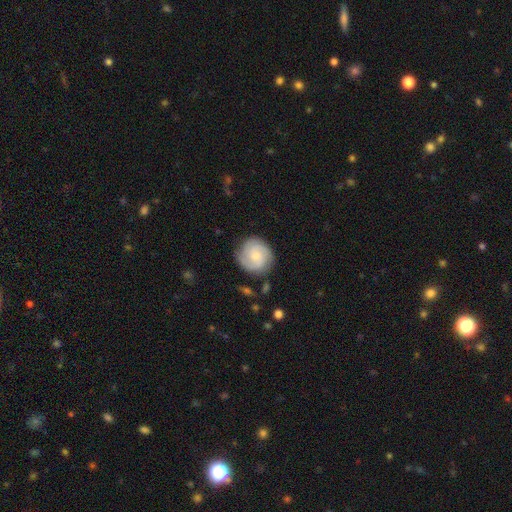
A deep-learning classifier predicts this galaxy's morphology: Smooth or featured? Predicted: featured or disk (p=0.70). Edge-on disk? Predicted: no (p=0.98). Bar? Predicted: no (p=0.64). Spiral arms? Predicted: yes (p=0.95). Spiral winding? Predicted: tight (p=0.57). Spiral arm count? Predicted: 2 (p=0.43). Bulge size? Predicted: small (p=0.56). Merging? Predicted: none (p=0.81).